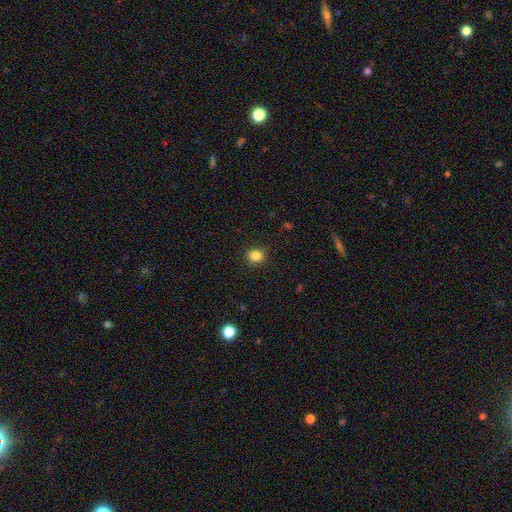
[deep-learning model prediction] Q: Smooth or featured?
A: smooth (84%); runner-up: star or artifact (12%)
Q: How rounded?
A: round (82%); runner-up: in between (17%)
Q: Merging?
A: none (89%); runner-up: minor disturbance (8%)